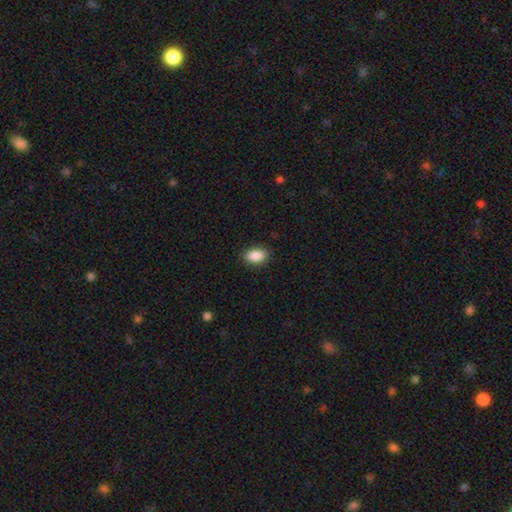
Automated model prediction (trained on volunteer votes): Morphology: type=smooth (88%); roundness=in between (88%); merging=none (88%).